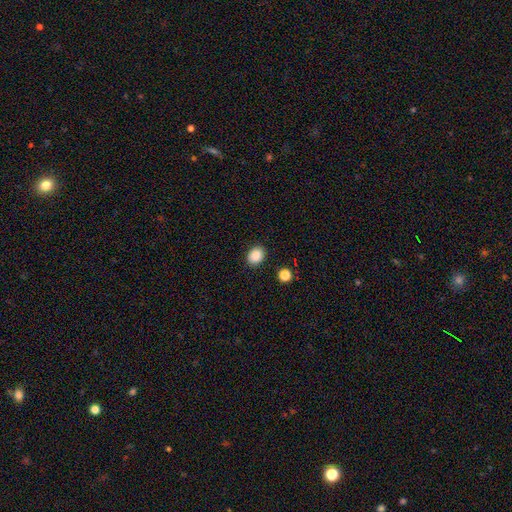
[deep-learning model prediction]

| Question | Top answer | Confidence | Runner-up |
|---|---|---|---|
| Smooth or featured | smooth | 87% | star or artifact (9%) |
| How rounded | in between | 50% | round (49%) |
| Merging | none | 89% | minor disturbance (7%) |